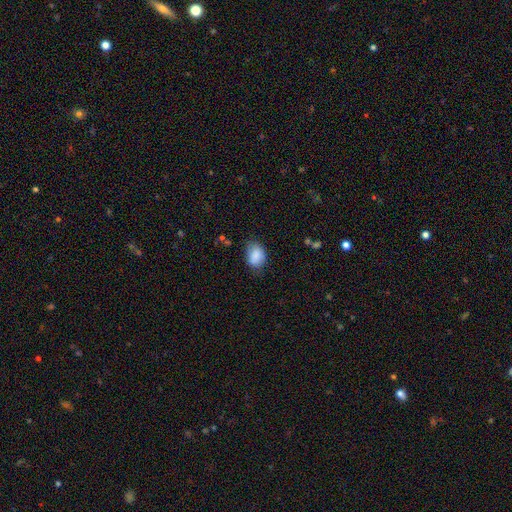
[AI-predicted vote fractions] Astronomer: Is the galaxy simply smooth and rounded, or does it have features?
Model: smooth — 86%.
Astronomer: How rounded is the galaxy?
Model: in between — 75%.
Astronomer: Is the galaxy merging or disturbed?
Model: none — 69%.